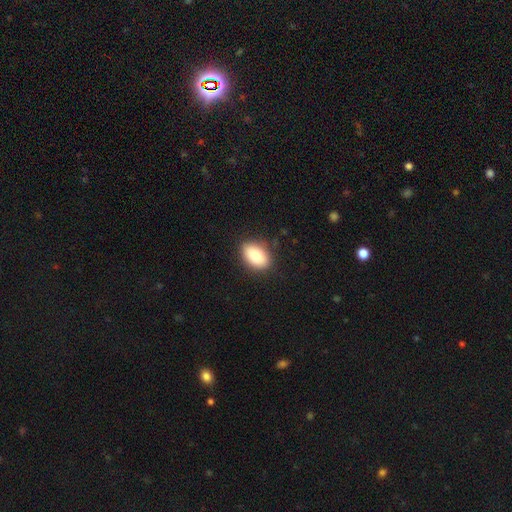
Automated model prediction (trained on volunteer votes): Q: Smooth or featured?
A: smooth (87%); runner-up: star or artifact (7%)
Q: How rounded?
A: in between (90%); runner-up: round (9%)
Q: Merging?
A: none (85%); runner-up: minor disturbance (12%)